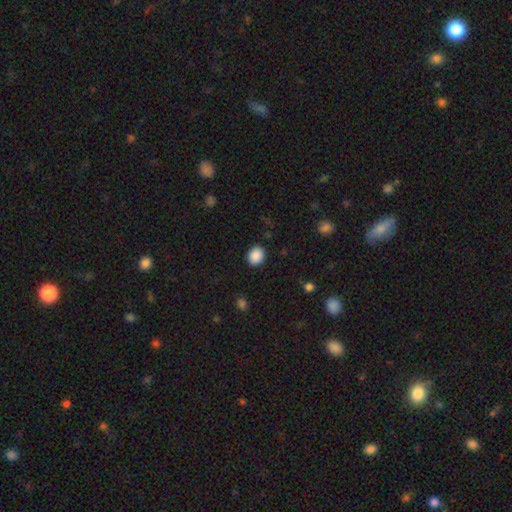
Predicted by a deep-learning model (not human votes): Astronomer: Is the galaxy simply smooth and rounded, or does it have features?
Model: smooth — 89%.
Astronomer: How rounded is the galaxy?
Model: round — 60% (runner-up: in between, 39%).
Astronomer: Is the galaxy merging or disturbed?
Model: none — 89%.